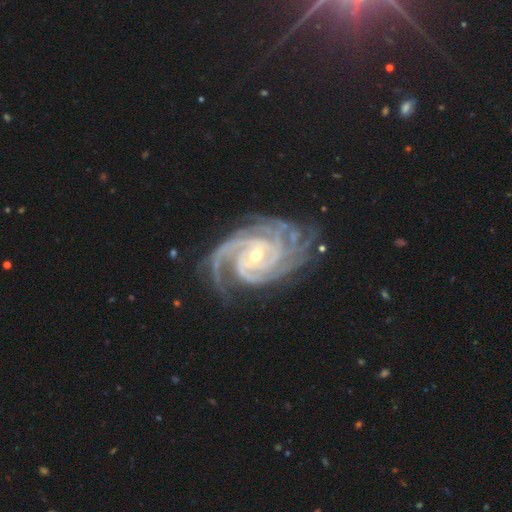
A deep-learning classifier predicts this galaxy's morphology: featured or disk 94%, star or artifact 4%, smooth 2%. Down the decision tree: edge-on disk — no (98%); bar — no (43%); spiral arms — yes (99%); spiral arm count — 4 (28%); spiral winding — tight (73%); bulge size — small (54%); merging — none (71%).